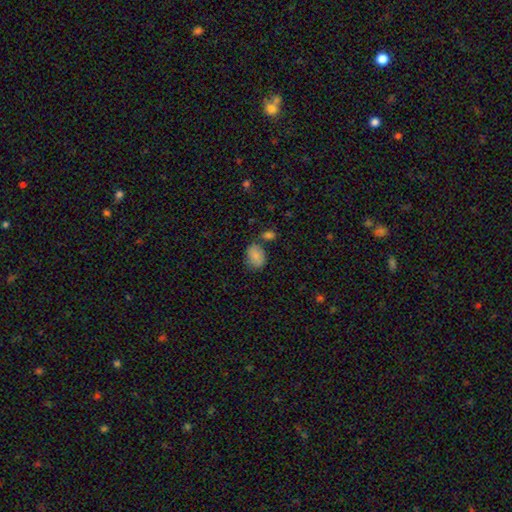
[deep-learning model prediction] A smooth galaxy with no disk features (85%) that is in between round and cigar-shaped (75%).

Vote fractions:
- Smooth or featured? smooth: 85% / star or artifact: 8% / featured or disk: 7%
- How rounded? in between: 75% / round: 24% / cigar-shaped: 1%
- Merging? none: 64% / minor disturbance: 19% / merger: 12% / major disturbance: 5%